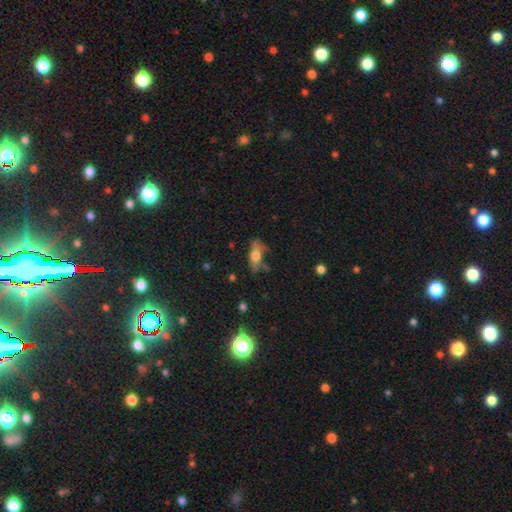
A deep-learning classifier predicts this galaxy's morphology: Smooth or featured?
  - smooth: 59% *
  - featured or disk: 31%
  - star or artifact: 11%
How rounded?
  - in between: 74% *
  - cigar-shaped: 17%
  - round: 9%
Merging?
  - none: 44% *
  - minor disturbance: 28%
  - major disturbance: 22%
  - merger: 6%